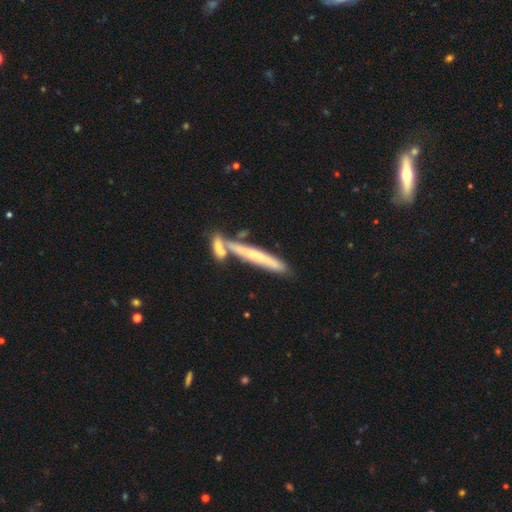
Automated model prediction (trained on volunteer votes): This appears to be a featured or disk galaxy (47%). Merging: none (59%).